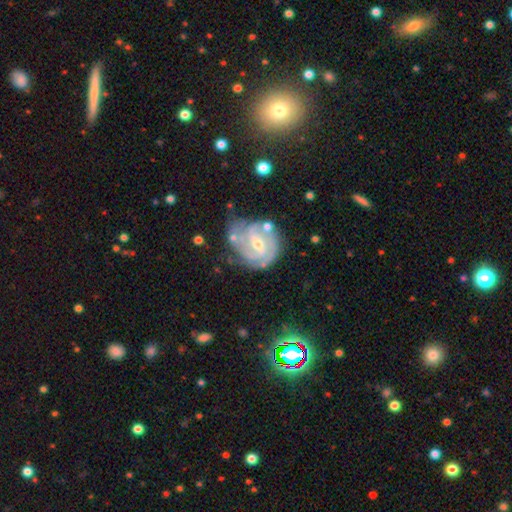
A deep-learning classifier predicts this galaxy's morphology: smooth-or-featured: featured or disk: 88% | smooth: 7% | star or artifact: 5%
  disk-edge-on: no: 98% | yes: 2%
    bar: weak: 51% | no: 27% | strong: 22%
    has-spiral-arms: yes: 97% | no: 3%
      spiral-winding: tight: 59% | medium: 34% | loose: 7%
      spiral-arm-count: 3: 33% | 2: 32% | can't tell: 17% | 4: 9% | 1: 4% | more than 4: 4%
    bulge-size: small: 55% | moderate: 42% | large: 1% | none: 1% | dominant: 1%
  merging: none: 62% | minor disturbance: 22% | major disturbance: 9% | merger: 6%